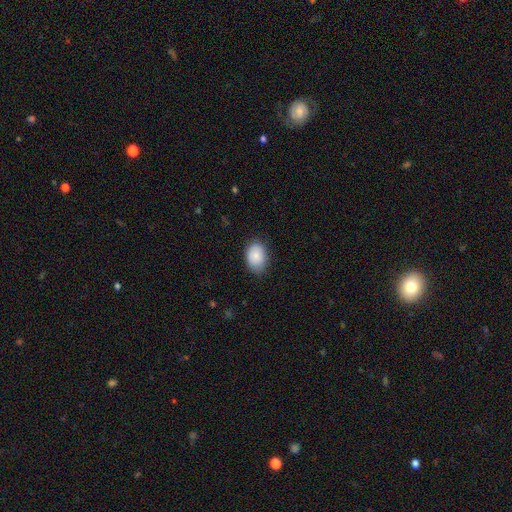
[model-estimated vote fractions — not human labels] The model was most divided on "merging": none: 77%, minor disturbance: 18%, major disturbance: 3%, merger: 1%. More confident: smooth or featured — smooth (84%); how rounded — in between (82%).